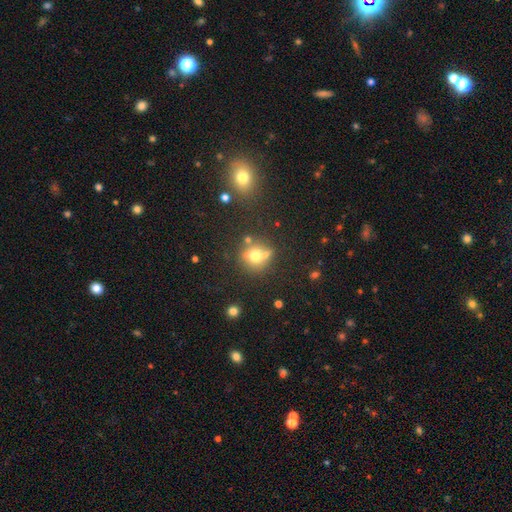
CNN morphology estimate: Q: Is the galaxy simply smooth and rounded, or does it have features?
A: smooth — 67%.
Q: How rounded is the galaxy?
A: round — 86%.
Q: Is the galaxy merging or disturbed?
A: none — 57%.